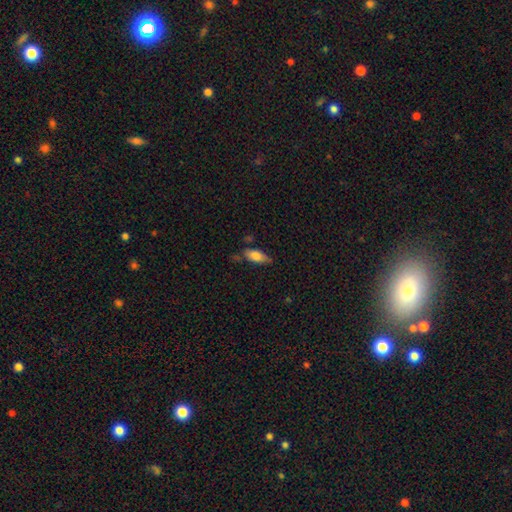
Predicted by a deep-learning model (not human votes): Smooth or featured? Predicted: smooth (p=0.75). How rounded? Predicted: in between (p=0.78). Merging? Predicted: none (p=0.60).